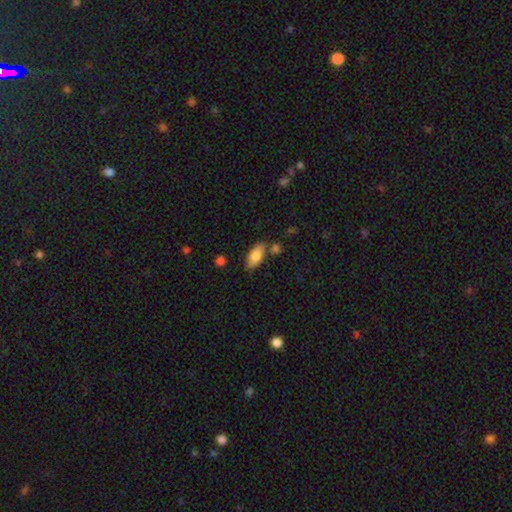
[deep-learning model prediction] This appears to be a smooth galaxy with no disk features (83%) that is in between round and cigar-shaped (87%). Merging: none (75%).